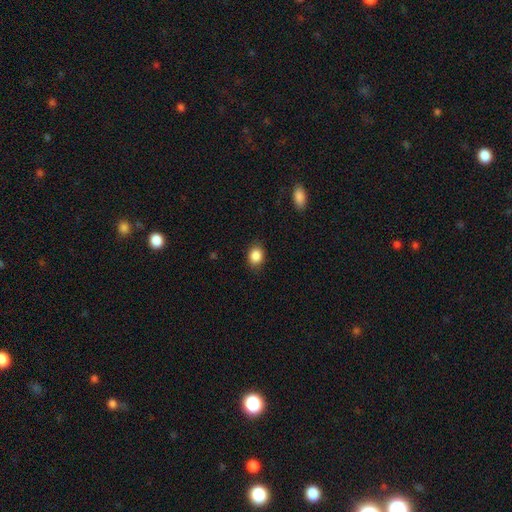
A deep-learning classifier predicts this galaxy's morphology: type=smooth (87%); roundness=in between (52%); merging=none (84%).